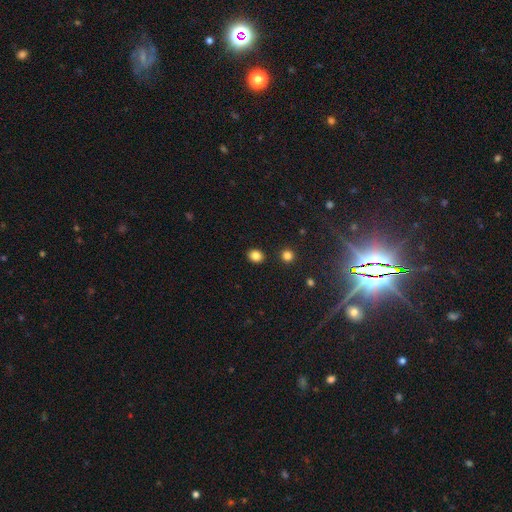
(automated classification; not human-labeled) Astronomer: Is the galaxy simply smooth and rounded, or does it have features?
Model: smooth — 84%.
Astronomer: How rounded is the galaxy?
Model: round — 61% (runner-up: in between, 38%).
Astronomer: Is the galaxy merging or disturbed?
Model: none — 88%.